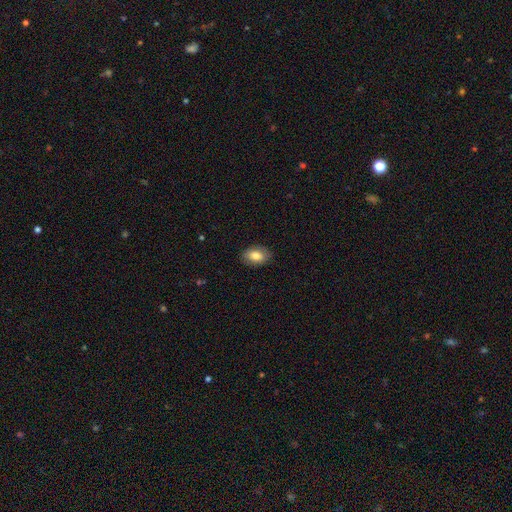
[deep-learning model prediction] smooth-or-featured: smooth: 81% | featured or disk: 12% | star or artifact: 7%
  how-rounded: in between: 88% | round: 11% | cigar-shaped: 1%
  merging: none: 87% | minor disturbance: 10% | major disturbance: 2% | merger: 1%